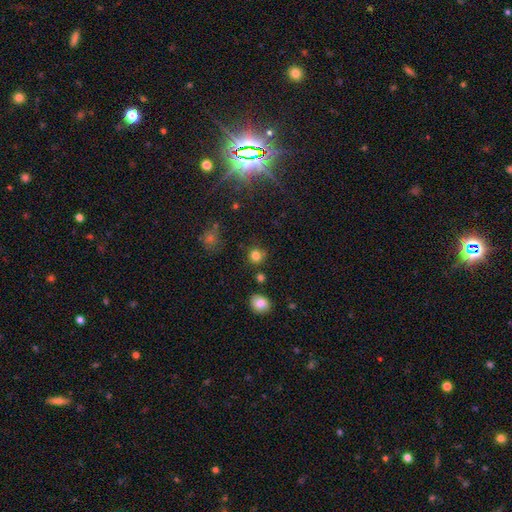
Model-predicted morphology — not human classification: This is clearly a smooth galaxy (81%). How rounded: clearly round (90%). Merging: clearly none (83%).